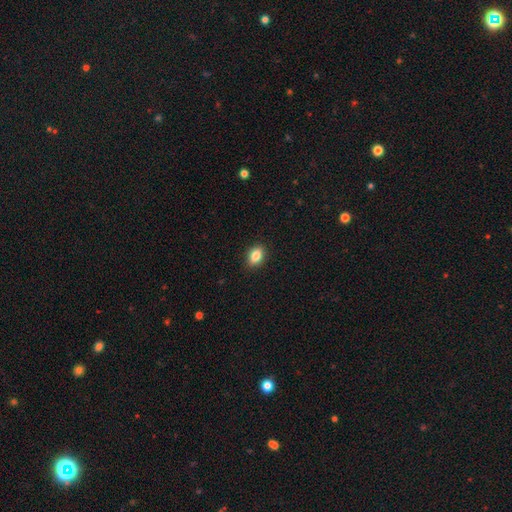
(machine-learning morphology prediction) A smooth galaxy with no disk features (86%) that is in between round and cigar-shaped (79%). Merging: none (89%).